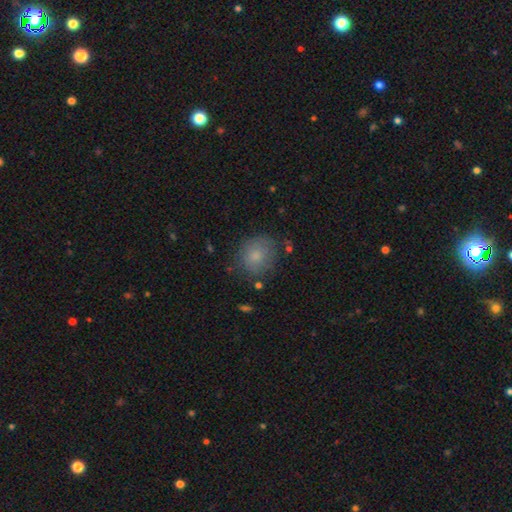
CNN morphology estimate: Smooth or featured? smooth (79%)
How rounded? round (79%)
Merging? none (73%)